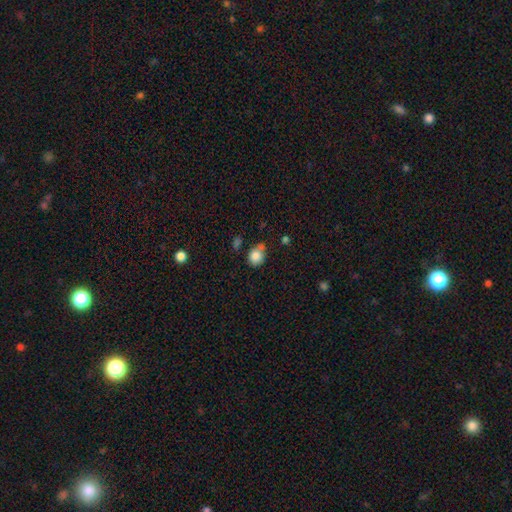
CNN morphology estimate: This appears to be a smooth galaxy with no disk features (84%) that is round (74%). Merging: none (53%).